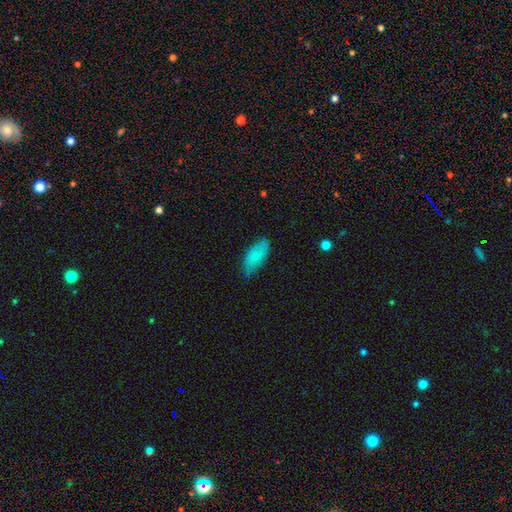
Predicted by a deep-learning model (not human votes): smooth_or_featured: smooth (p=0.75) [alt: featured or disk p=0.19]
how_rounded: in between (p=0.88) [alt: cigar-shaped p=0.10]
merging: none (p=0.69) [alt: minor disturbance p=0.25]